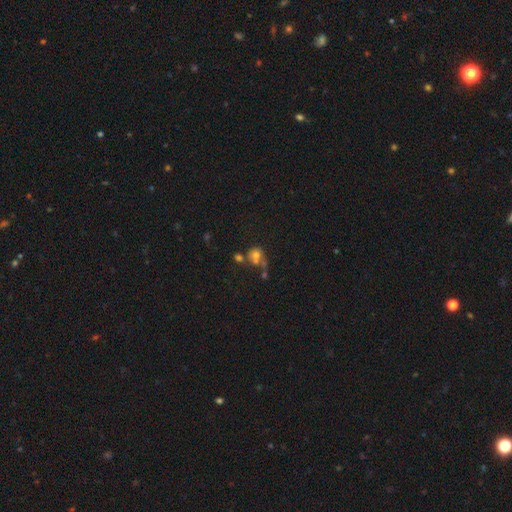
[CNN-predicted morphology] Overall: smooth (66%). How rounded: round (78%). Merging: merger (41%; none 37%).